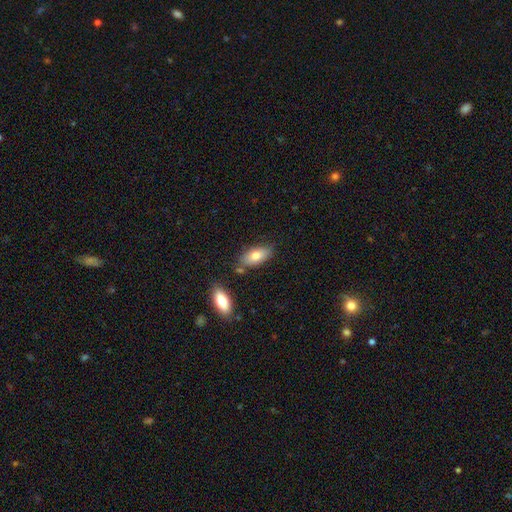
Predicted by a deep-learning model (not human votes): smooth-or-featured: smooth: 76% | featured or disk: 17% | star or artifact: 7%
  how-rounded: in between: 88% | cigar-shaped: 9% | round: 3%
  merging: none: 73% | minor disturbance: 15% | merger: 9% | major disturbance: 3%